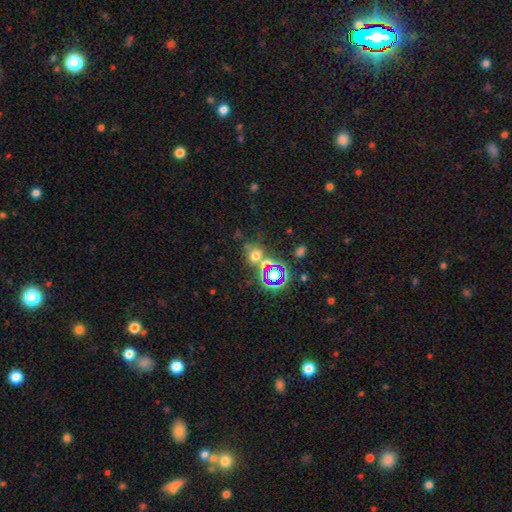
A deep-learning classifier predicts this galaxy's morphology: Overall: smooth (53%; star or artifact 36%). How rounded: round (71%). Merging: none (57%; merger 24%).